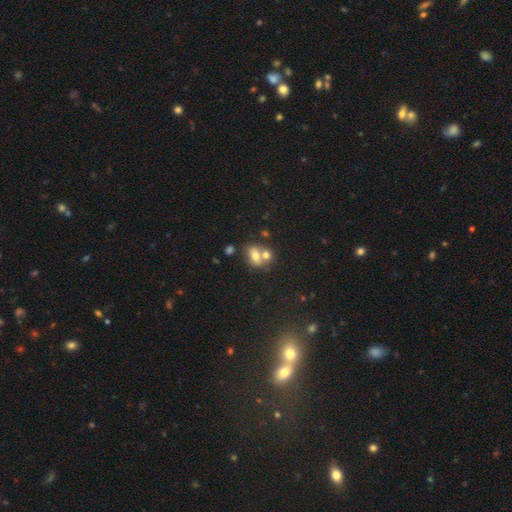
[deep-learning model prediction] Overall: smooth (68%). How rounded: in between (70%). Merging: merger (52%; none 35%).